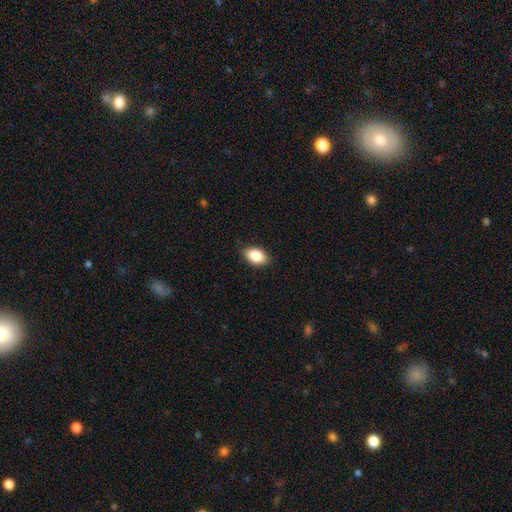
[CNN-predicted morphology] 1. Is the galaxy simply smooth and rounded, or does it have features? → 87% smooth, 7% star or artifact, 6% featured or disk.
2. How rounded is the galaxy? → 89% in between, 9% round, 2% cigar-shaped.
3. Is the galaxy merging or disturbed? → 85% none, 12% minor disturbance, 2% major disturbance, 1% merger.